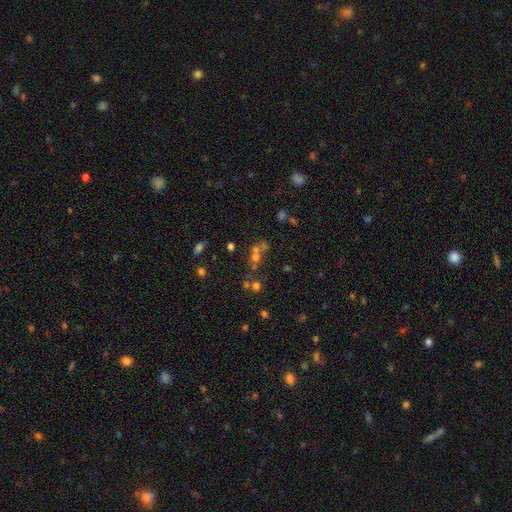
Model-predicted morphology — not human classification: smooth-or-featured: star or artifact: 43% | smooth: 38% | featured or disk: 19%